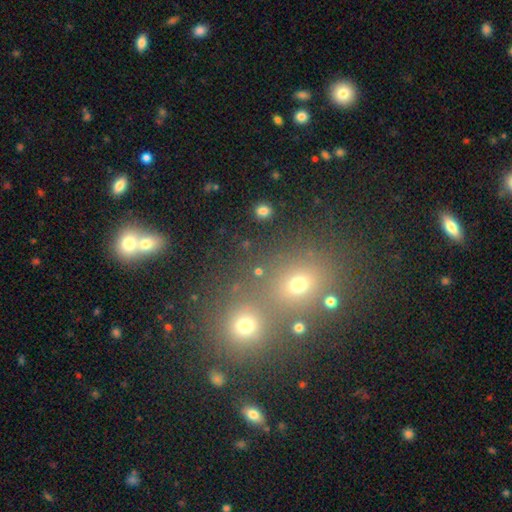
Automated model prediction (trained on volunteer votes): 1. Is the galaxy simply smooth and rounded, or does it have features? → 48% smooth, 40% star or artifact, 12% featured or disk.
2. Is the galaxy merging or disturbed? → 60% none, 28% merger, 8% minor disturbance, 4% major disturbance.